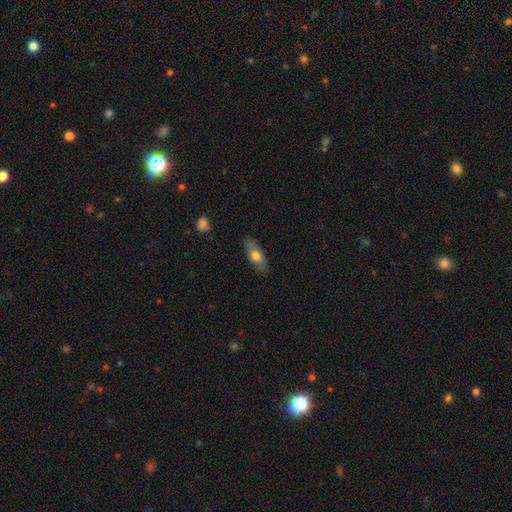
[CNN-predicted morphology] This appears to be a smooth galaxy with no disk features (64%) that is in between round and cigar-shaped (72%). Merging: none (82%).